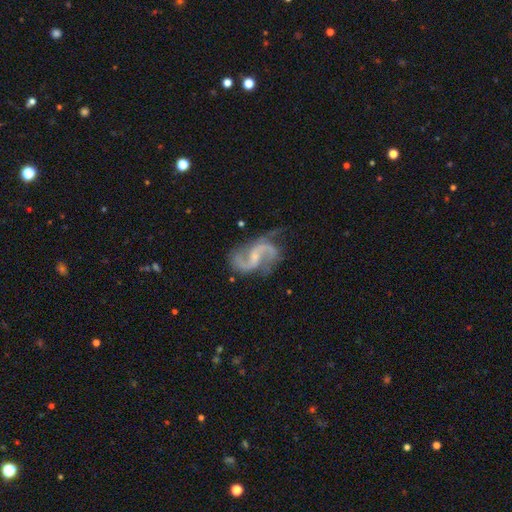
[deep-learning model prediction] Overall: featured or disk (91%). Edge-on disk: no (98%). Bar: weak (47%; no 35%). Spiral arms: yes (98%). Spiral arm count: 2 (91%). Spiral winding: loose (49%; medium 42%). Bulge size: small (66%). Merging: none (65%).